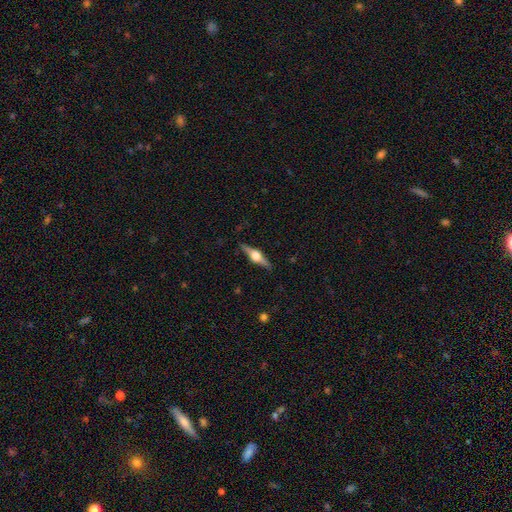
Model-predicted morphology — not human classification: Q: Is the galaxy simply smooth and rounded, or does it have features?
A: featured or disk — 79%.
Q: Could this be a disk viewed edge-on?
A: yes — 98%.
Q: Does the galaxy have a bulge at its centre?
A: rounded — 95%.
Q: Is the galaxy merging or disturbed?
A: none — 89%.